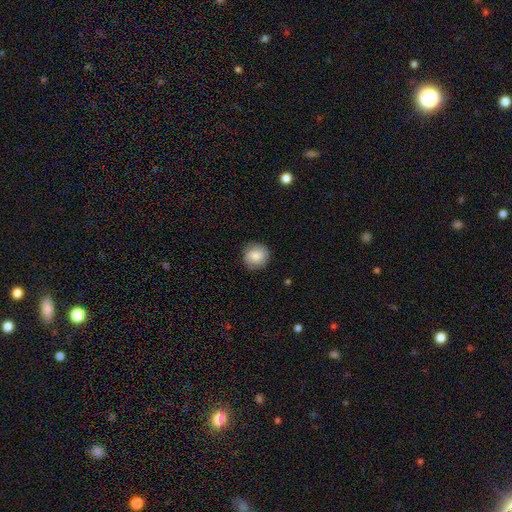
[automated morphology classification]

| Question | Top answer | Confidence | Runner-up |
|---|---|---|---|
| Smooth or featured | smooth | 81% | featured or disk (12%) |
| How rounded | round | 89% | in between (10%) |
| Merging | none | 83% | minor disturbance (13%) |